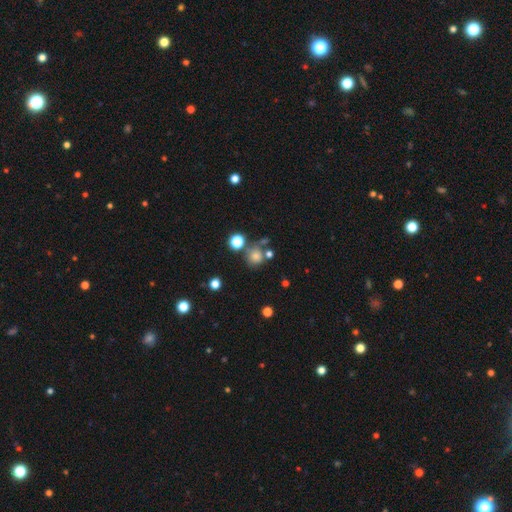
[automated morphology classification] Q: Smooth or featured?
A: smooth (74%); runner-up: star or artifact (17%)
Q: How rounded?
A: round (85%); runner-up: in between (14%)
Q: Merging?
A: none (61%); runner-up: merger (18%)